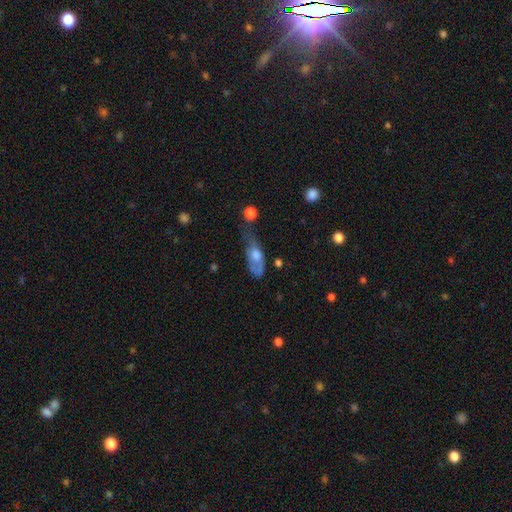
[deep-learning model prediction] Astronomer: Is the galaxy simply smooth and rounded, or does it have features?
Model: smooth — 52% (runner-up: featured or disk, 40%).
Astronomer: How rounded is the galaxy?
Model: in between — 70%.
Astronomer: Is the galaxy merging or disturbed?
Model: major disturbance — 32%, tied with minor disturbance at 32%.